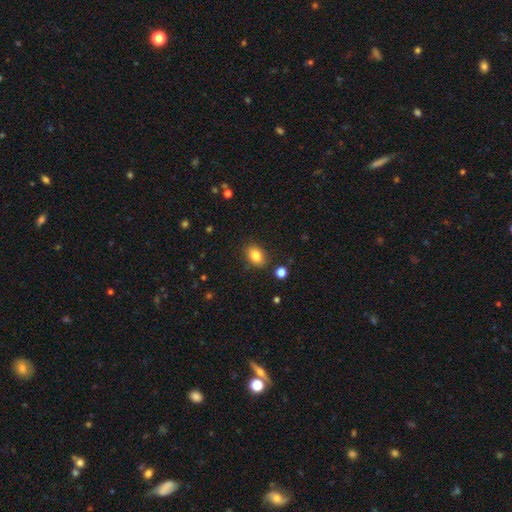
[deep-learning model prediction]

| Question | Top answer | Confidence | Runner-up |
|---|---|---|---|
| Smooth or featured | smooth | 84% | star or artifact (10%) |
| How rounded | in between | 74% | round (25%) |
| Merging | none | 85% | minor disturbance (10%) |